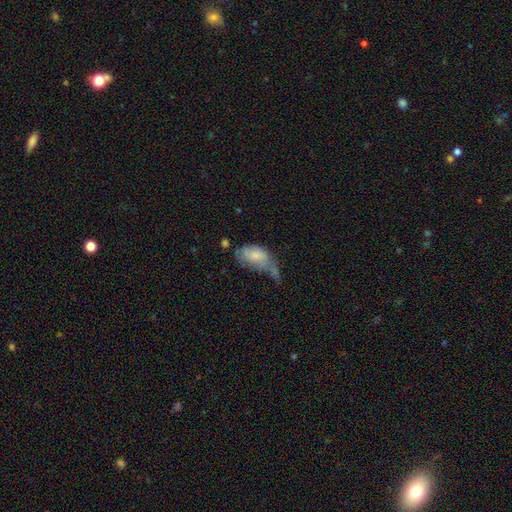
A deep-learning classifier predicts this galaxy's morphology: This is likely a smooth galaxy (64%). How rounded: clearly in between (91%). Merging: marginally major disturbance (38%).